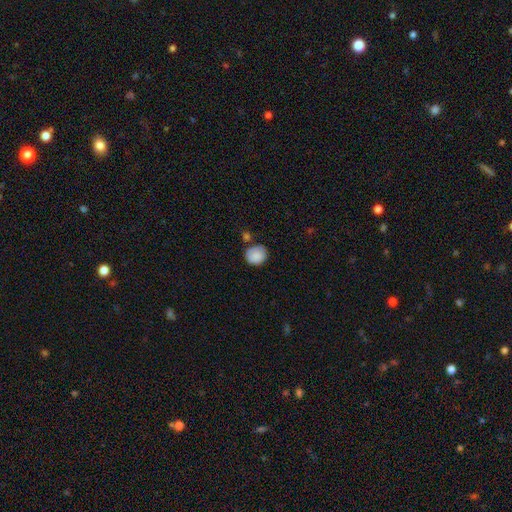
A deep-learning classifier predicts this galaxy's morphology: Smooth or featured? smooth (86%)
How rounded? round (77%)
Merging? none (65%)